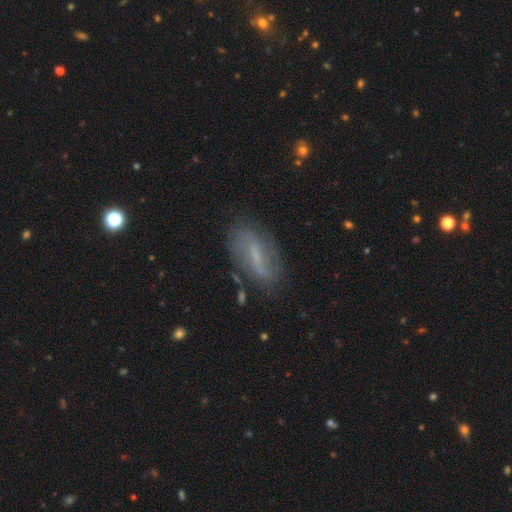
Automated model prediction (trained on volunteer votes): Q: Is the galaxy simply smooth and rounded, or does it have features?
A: featured or disk — 60%.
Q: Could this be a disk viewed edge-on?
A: no — 87%.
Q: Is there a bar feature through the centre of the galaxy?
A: weak — 46%.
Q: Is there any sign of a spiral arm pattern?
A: yes — 74%.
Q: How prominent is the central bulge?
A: small — 49%.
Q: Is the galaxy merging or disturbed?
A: none — 74%.